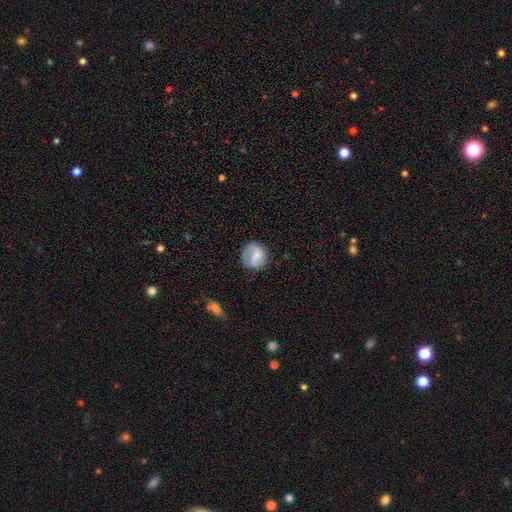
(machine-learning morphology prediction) smooth-or-featured: smooth: 63% | featured or disk: 29% | star or artifact: 8%
  how-rounded: round: 81% | in between: 18% | cigar-shaped: 1%
  merging: none: 68% | minor disturbance: 21% | major disturbance: 9% | merger: 2%